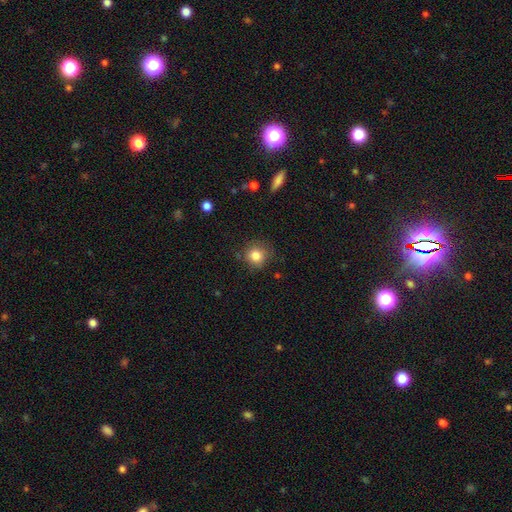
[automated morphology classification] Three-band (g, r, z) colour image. It shows a smooth galaxy with no disk features (83%) that is round (89%). Merging: none (79%).